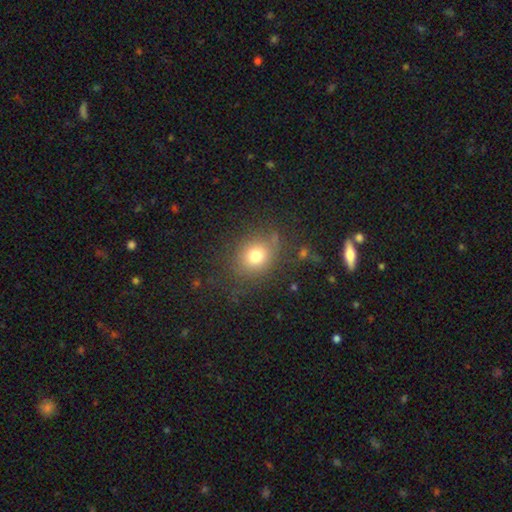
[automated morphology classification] Smooth or featured?
  - smooth: 75% *
  - star or artifact: 14%
  - featured or disk: 11%
How rounded?
  - round: 64% *
  - in between: 35%
  - cigar-shaped: 1%
Merging?
  - none: 76% *
  - minor disturbance: 14%
  - major disturbance: 7%
  - merger: 2%